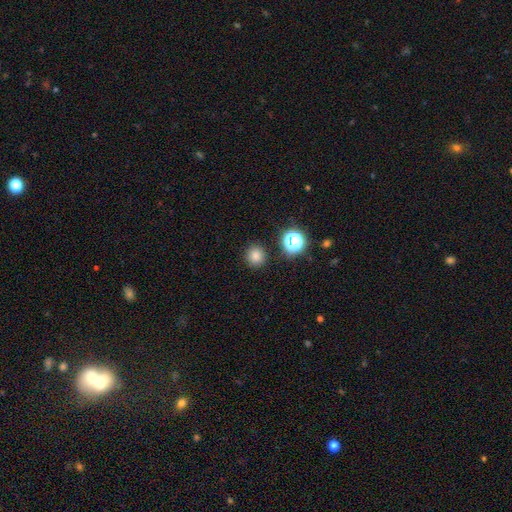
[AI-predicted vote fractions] This appears to be a smooth galaxy with no disk features (78%) that is round (92%). Merging: none (88%).